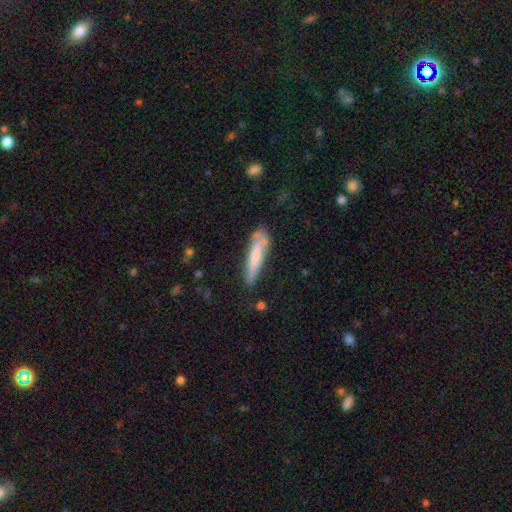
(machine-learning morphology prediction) The model was most divided on "smooth or featured": smooth: 62%, featured or disk: 32%, star or artifact: 6%. More confident: how rounded — cigar-shaped (85%); merging — none (62%).